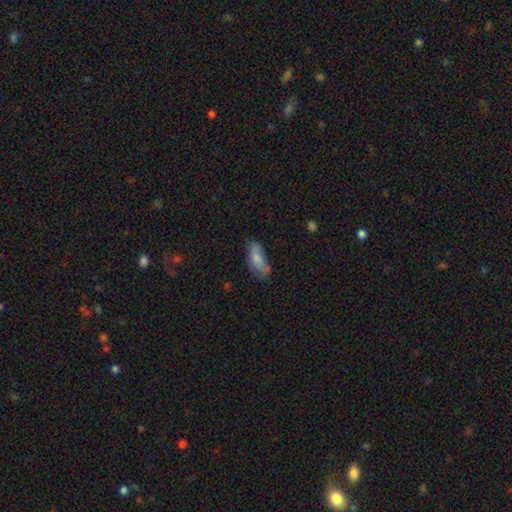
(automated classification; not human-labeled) Smooth or featured? Predicted: smooth (p=0.68). How rounded? Predicted: in between (p=0.71). Merging? Predicted: none (p=0.56).